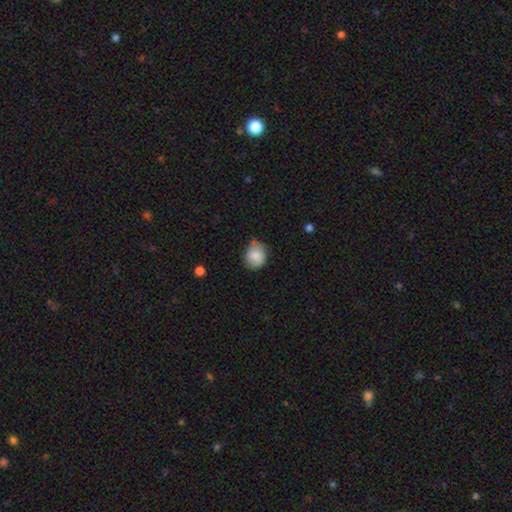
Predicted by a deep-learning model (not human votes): smooth 82%, featured or disk 11%, star or artifact 8%. Down the decision tree: how rounded — round (61%); merging — none (61%).